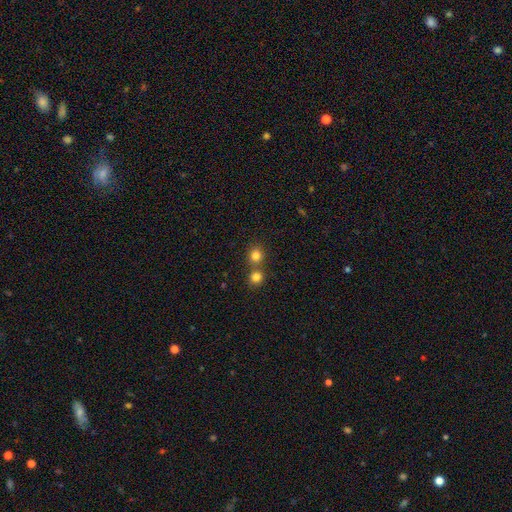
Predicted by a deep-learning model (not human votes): Overall: smooth (81%). How rounded: round (88%). Merging: none (58%; merger 34%).